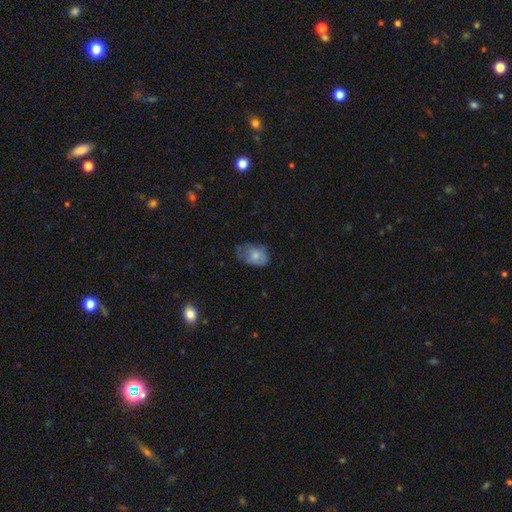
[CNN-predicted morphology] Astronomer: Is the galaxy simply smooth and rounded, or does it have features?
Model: smooth — 73%.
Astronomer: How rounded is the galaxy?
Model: in between — 83%.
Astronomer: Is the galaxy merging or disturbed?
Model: none — 46% (runner-up: minor disturbance, 37%).